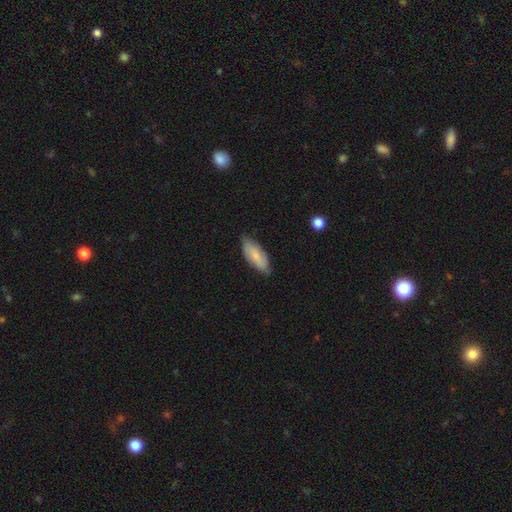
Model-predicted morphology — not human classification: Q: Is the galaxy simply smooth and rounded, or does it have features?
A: smooth — 62%.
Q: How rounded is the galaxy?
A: in between — 79%.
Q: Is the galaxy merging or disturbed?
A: none — 74%.